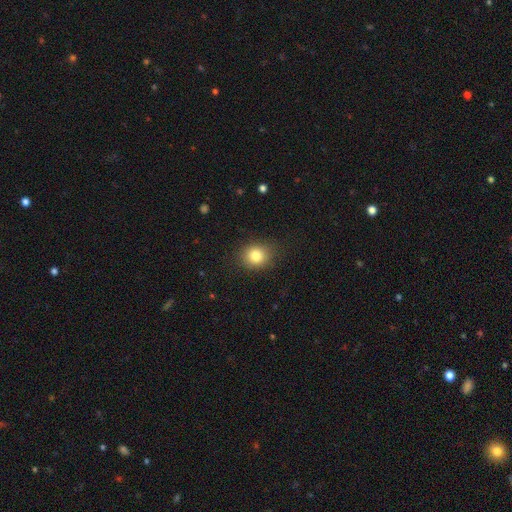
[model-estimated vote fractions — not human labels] smooth_or_featured: smooth (p=0.82) [alt: star or artifact p=0.11]
how_rounded: round (p=0.70) [alt: in between p=0.29]
merging: none (p=0.83) [alt: minor disturbance p=0.12]